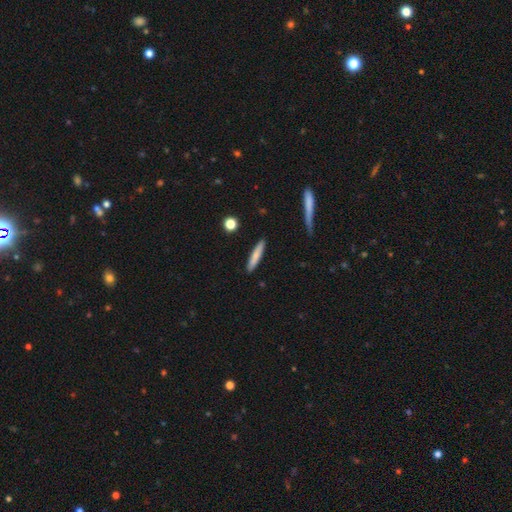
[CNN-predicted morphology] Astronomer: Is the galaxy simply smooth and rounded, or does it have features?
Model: smooth — 78%.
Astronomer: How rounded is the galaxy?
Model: cigar-shaped — 91%.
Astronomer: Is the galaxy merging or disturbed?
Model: none — 90%.